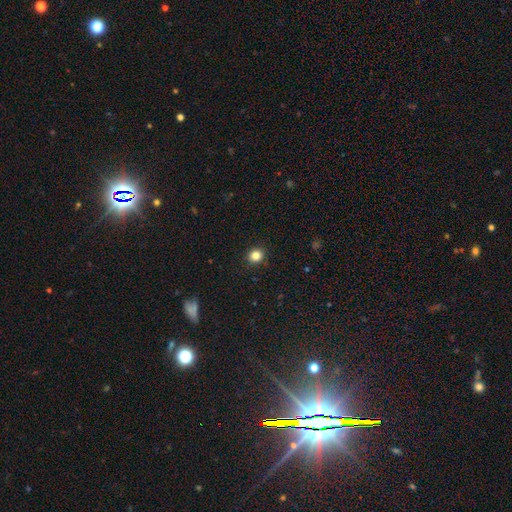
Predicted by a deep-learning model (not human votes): smooth 84%, star or artifact 12%, featured or disk 5%. Down the decision tree: how rounded — round (83%); merging — none (91%).